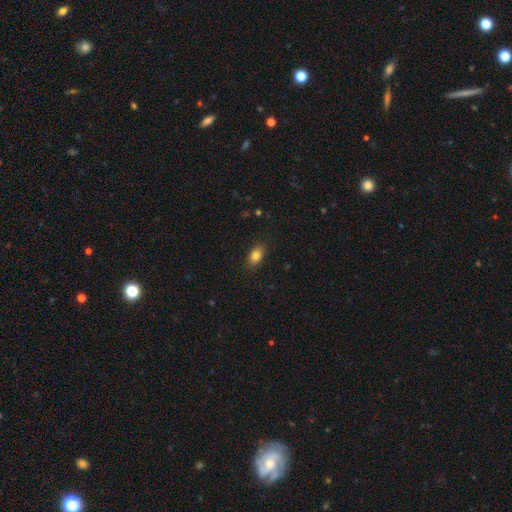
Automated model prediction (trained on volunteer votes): This appears to be a smooth galaxy with no disk features (82%) that is in between round and cigar-shaped (84%). Merging: none (87%).